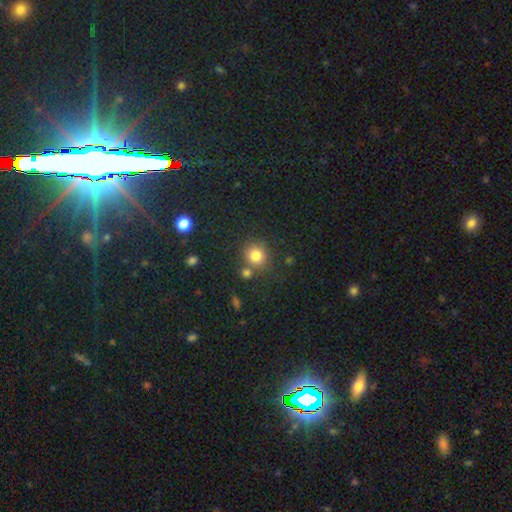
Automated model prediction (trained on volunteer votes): The model was most divided on "merging": none: 70%, merger: 16%, minor disturbance: 10%, major disturbance: 4%. More confident: how rounded — round (87%); smooth or featured — smooth (81%).